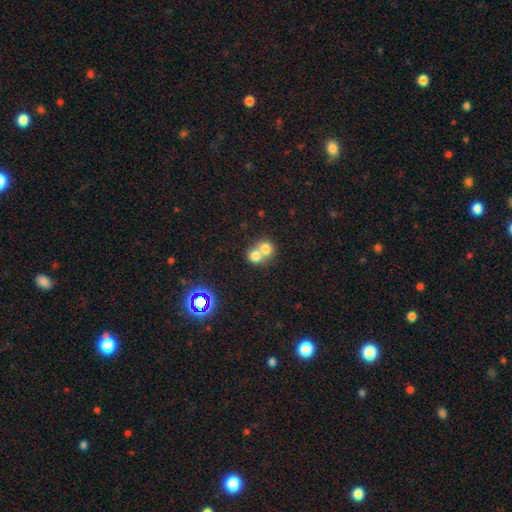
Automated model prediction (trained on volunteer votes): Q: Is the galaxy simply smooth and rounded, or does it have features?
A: smooth — 73%.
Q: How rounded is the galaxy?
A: round — 75%.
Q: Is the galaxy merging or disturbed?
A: merger — 69%.